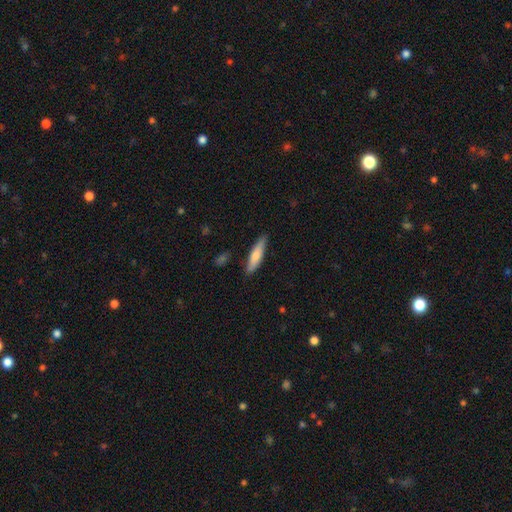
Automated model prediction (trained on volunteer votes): Smooth or featured? Predicted: smooth (p=0.70). How rounded? Predicted: cigar-shaped (p=0.74). Merging? Predicted: none (p=0.83).